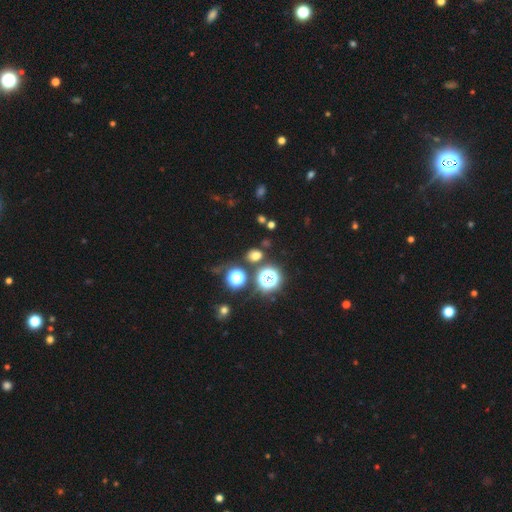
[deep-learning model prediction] Q: Smooth or featured?
A: smooth (61%); runner-up: star or artifact (32%)
Q: How rounded?
A: round (66%); runner-up: in between (32%)
Q: Merging?
A: none (79%); runner-up: minor disturbance (9%)